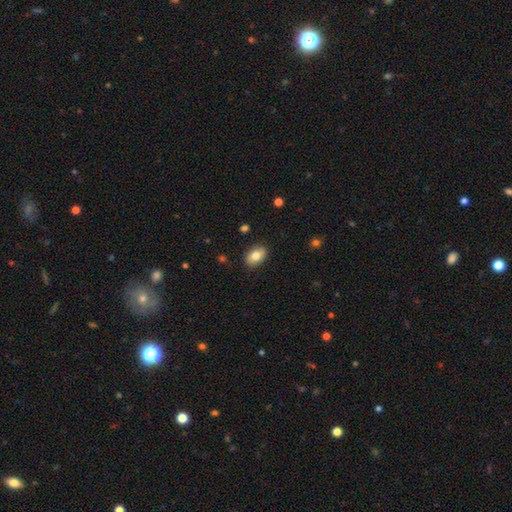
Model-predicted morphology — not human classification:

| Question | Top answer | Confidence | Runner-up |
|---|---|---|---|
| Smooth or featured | smooth | 79% | featured or disk (14%) |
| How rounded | in between | 88% | round (11%) |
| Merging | none | 87% | minor disturbance (10%) |